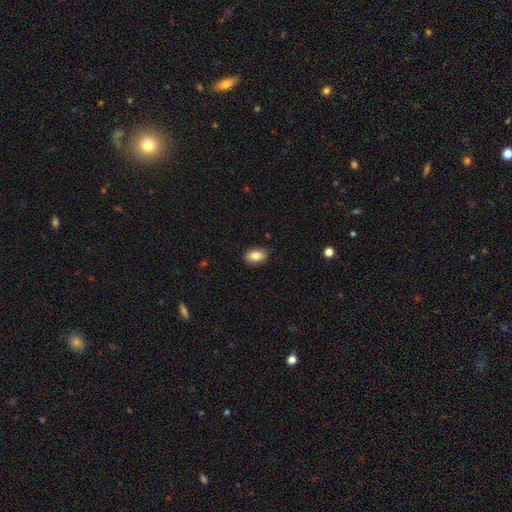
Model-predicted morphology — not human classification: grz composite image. It shows a smooth galaxy with no disk features (82%) that is in between round and cigar-shaped (85%). Merging: none (85%).